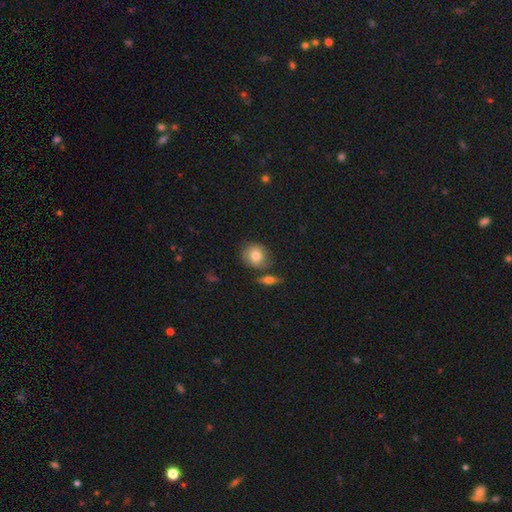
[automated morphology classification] type=smooth (80%); roundness=round (76%); merging=none (71%).